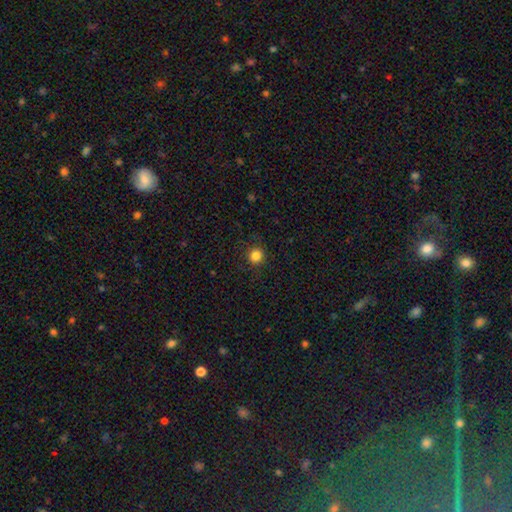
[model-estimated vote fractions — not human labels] The model was most divided on "smooth or featured": smooth: 84%, star or artifact: 12%, featured or disk: 4%. More confident: how rounded — round (91%); merging — none (89%).